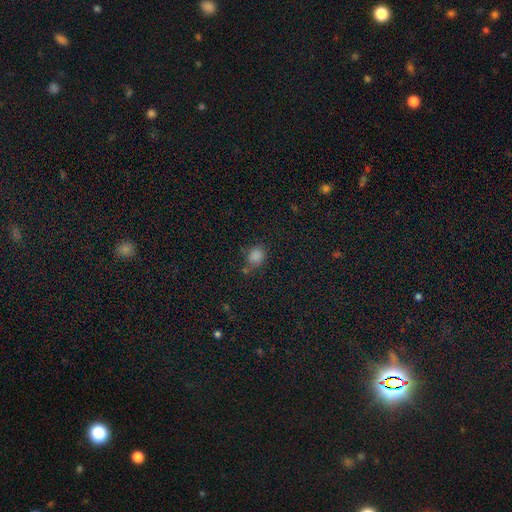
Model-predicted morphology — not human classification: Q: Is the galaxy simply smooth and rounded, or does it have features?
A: smooth — 80%.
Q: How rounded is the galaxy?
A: round — 63%.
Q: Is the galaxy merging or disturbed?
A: none — 61%.